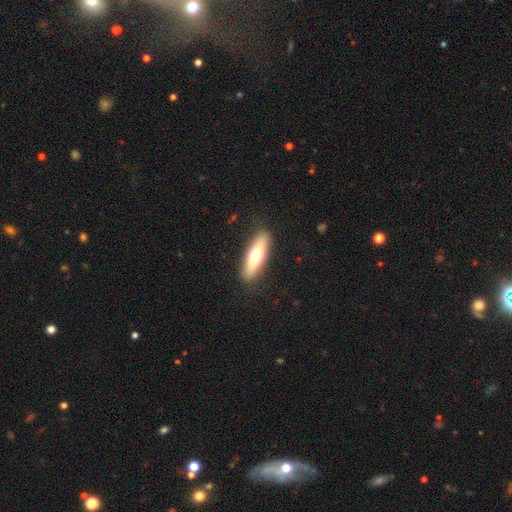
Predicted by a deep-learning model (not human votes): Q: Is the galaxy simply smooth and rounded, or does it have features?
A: smooth — 60%.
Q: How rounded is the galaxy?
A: cigar-shaped — 60%.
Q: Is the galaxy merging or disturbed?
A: none — 88%.